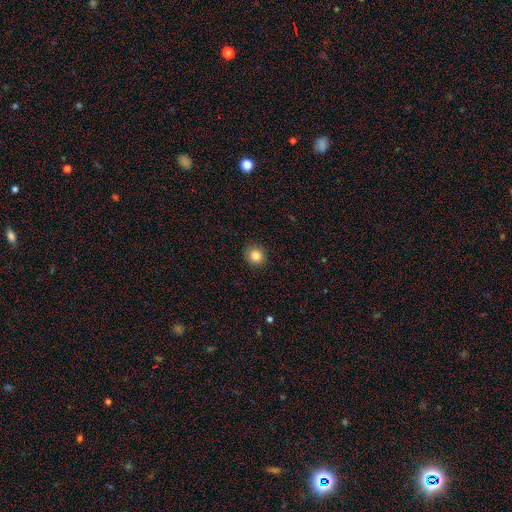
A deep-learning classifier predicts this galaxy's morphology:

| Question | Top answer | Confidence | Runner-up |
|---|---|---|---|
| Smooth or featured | smooth | 85% | star or artifact (10%) |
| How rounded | round | 86% | in between (13%) |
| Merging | none | 89% | minor disturbance (8%) |